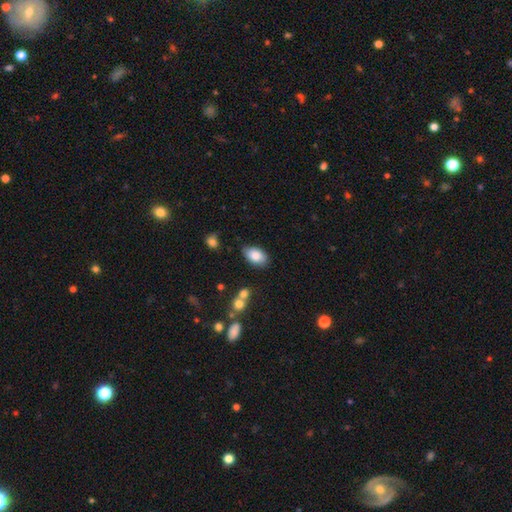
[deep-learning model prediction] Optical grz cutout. It shows a smooth galaxy with no disk features (83%) that is in between round and cigar-shaped (93%). Merging: none (78%).